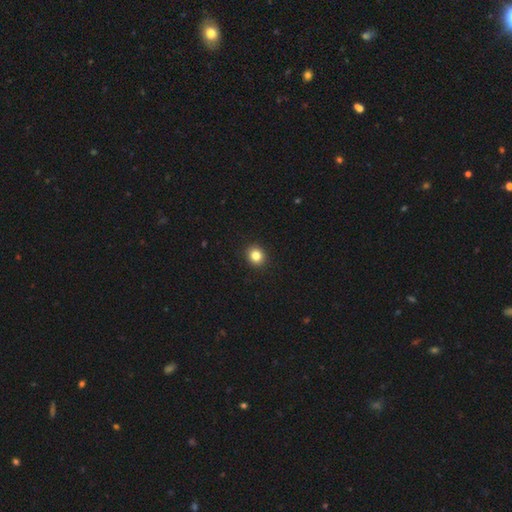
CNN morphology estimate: Smooth or featured?
  - smooth: 83% *
  - star or artifact: 11%
  - featured or disk: 6%
How rounded?
  - round: 80% *
  - in between: 19%
  - cigar-shaped: 1%
Merging?
  - none: 93% *
  - minor disturbance: 5%
  - major disturbance: 2%
  - merger: 1%